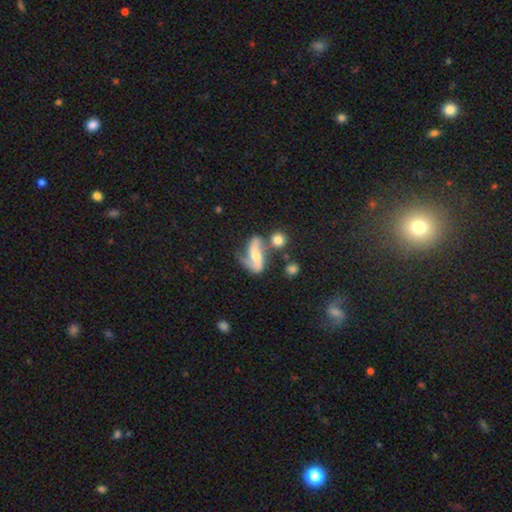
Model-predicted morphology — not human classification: This appears to be a featured or disk galaxy (75%) with no bar (36%), 2 (86%) loose (58%) spiral arms (92%) and a moderate central bulge (59%). Merging: none (46%).